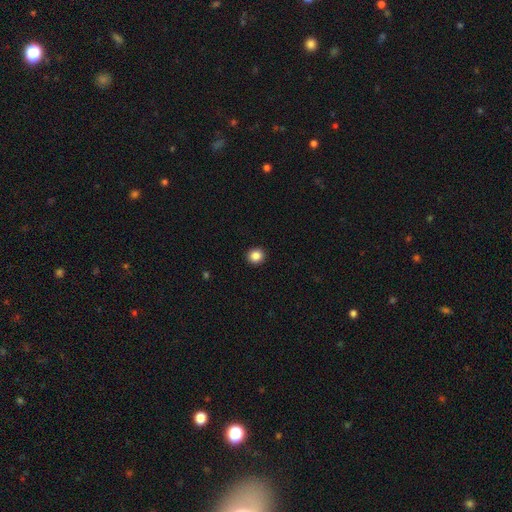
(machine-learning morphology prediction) Smooth or featured: smooth — 86% (star or artifact — 10%)
How rounded: round — 91% (in between — 8%)
Merging: none — 93% (minor disturbance — 4%)